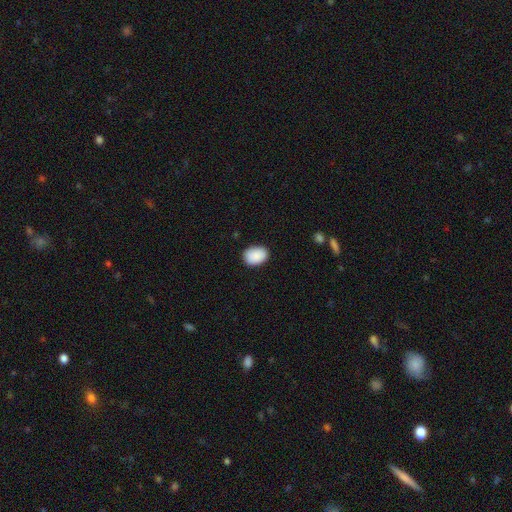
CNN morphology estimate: A smooth galaxy with no disk features (90%) that is in between round and cigar-shaped (77%).

Vote fractions:
- Smooth or featured? smooth: 90% / star or artifact: 7% / featured or disk: 3%
- How rounded? in between: 77% / round: 22% / cigar-shaped: 1%
- Merging? none: 86% / minor disturbance: 11% / major disturbance: 2% / merger: 1%